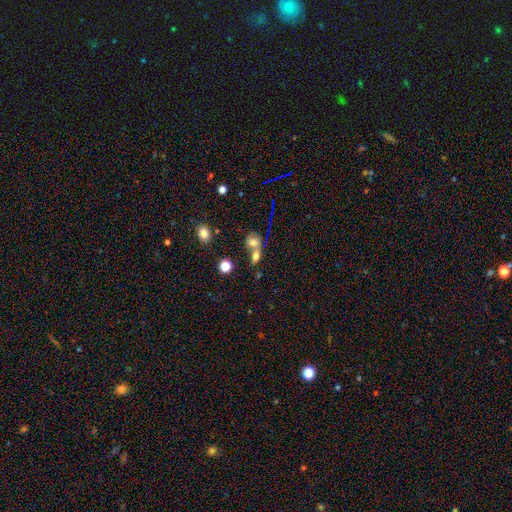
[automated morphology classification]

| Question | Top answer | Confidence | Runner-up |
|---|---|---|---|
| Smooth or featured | smooth | 70% | featured or disk (16%) |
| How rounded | in between | 63% | round (32%) |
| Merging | merger | 56% | none (31%) |